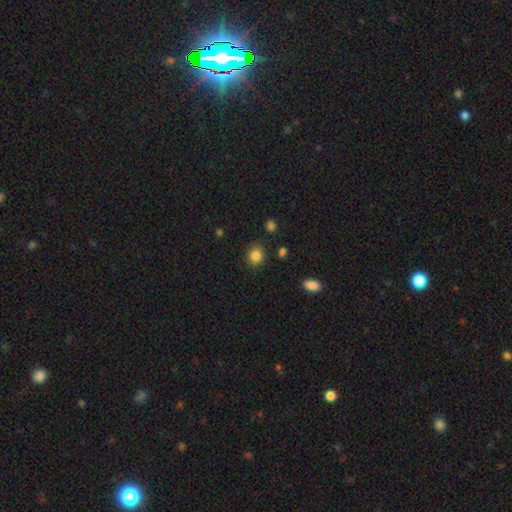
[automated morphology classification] smooth-or-featured: smooth: 85% | star or artifact: 10% | featured or disk: 5%
  how-rounded: round: 68% | in between: 31% | cigar-shaped: 1%
  merging: none: 84% | minor disturbance: 11% | major disturbance: 3% | merger: 2%